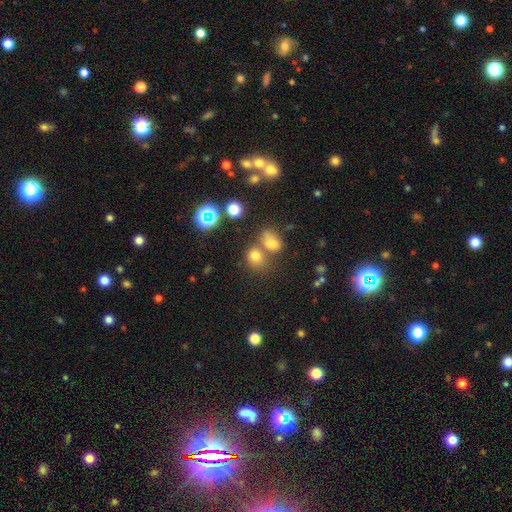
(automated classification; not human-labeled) smooth_or_featured: smooth (p=0.67) [alt: star or artifact p=0.23]
how_rounded: round (p=0.53) [alt: in between p=0.45]
merging: none (p=0.52) [alt: merger p=0.32]